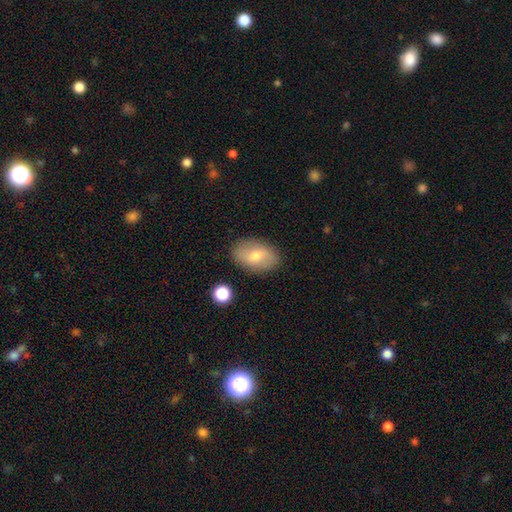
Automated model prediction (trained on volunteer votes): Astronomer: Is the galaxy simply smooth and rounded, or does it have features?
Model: smooth — 64%.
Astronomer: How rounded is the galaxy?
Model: in between — 90%.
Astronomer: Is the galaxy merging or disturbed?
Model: none — 86%.